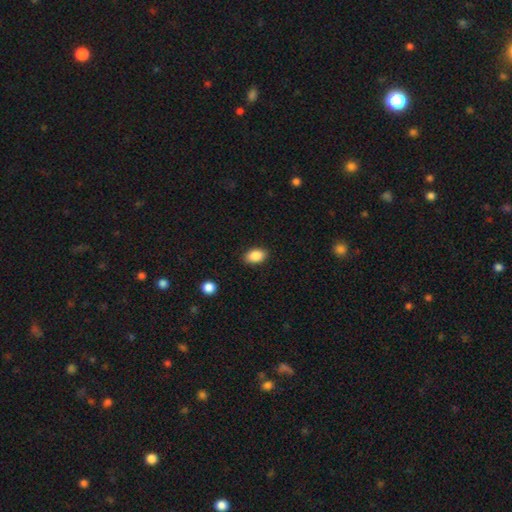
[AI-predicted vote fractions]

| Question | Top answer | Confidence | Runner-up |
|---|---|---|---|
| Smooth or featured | smooth | 88% | star or artifact (8%) |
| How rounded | in between | 90% | round (9%) |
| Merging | none | 88% | minor disturbance (9%) |